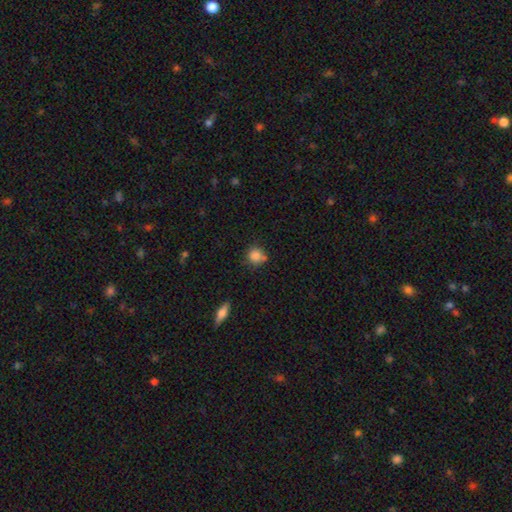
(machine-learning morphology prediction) smooth_or_featured: smooth (p=0.83) [alt: star or artifact p=0.10]
how_rounded: round (p=0.89) [alt: in between p=0.09]
merging: none (p=0.66) [alt: minor disturbance p=0.16]